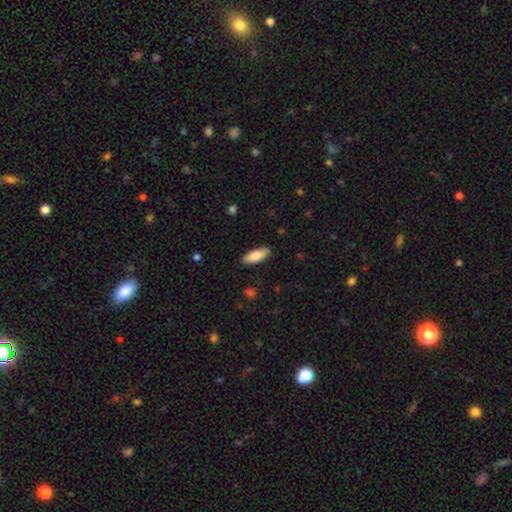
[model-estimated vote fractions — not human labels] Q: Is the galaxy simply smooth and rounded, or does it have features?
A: smooth — 86%.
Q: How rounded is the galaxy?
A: in between — 72%.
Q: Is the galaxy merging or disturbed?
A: none — 87%.